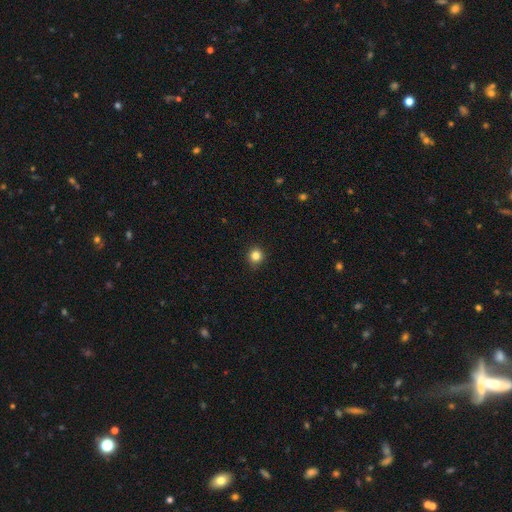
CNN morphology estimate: type=smooth (83%); roundness=round (92%); merging=none (90%).